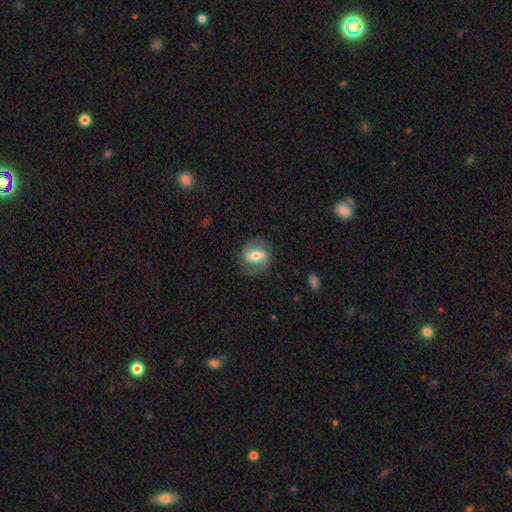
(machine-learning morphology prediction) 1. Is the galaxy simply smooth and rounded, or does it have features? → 70% featured or disk, 23% smooth, 7% star or artifact.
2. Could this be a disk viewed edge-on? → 96% no, 4% yes.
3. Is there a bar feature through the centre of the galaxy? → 40% weak, 37% strong, 23% no.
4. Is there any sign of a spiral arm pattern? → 88% yes, 12% no.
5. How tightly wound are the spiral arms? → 50% medium, 26% loose, 25% tight.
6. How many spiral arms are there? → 88% 2, 5% can't tell, 4% 1, 1% 3, 1% 4, 1% more than 4.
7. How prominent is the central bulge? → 66% moderate, 19% small, 12% large, 1% dominant, 1% none.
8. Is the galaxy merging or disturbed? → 79% none, 14% minor disturbance, 7% major disturbance, 1% merger.